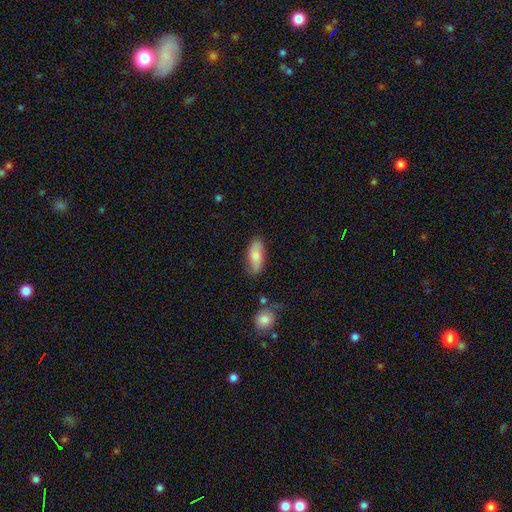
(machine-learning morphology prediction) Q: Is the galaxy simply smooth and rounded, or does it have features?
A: smooth — 75%.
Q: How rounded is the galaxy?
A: in between — 81%.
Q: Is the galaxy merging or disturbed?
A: none — 75%.